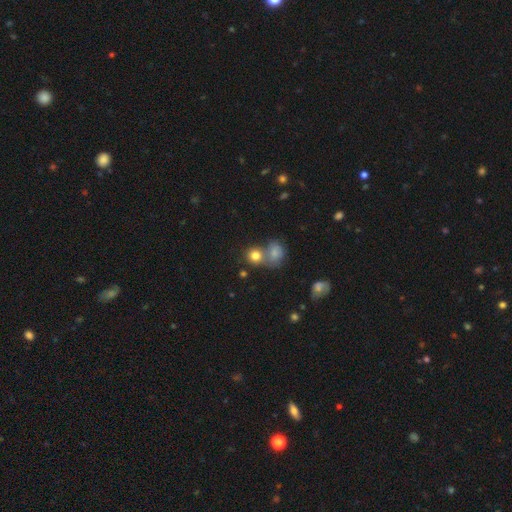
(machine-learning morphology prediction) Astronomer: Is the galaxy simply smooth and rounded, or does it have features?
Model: smooth — 80%.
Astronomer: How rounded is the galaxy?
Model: round — 81%.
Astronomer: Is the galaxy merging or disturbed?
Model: none — 46% (runner-up: merger, 42%).